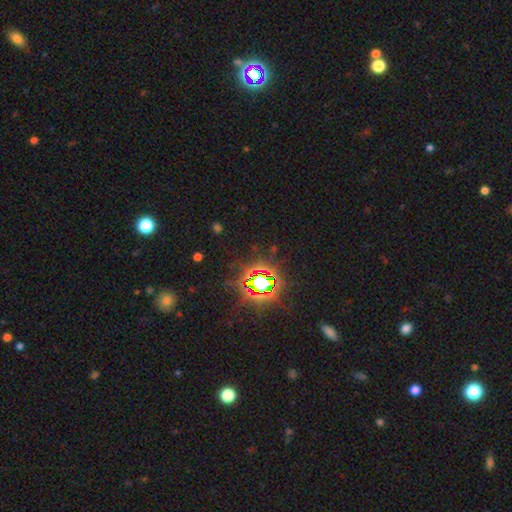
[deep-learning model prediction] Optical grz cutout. It shows a star or artifact, not a galaxy (81%).